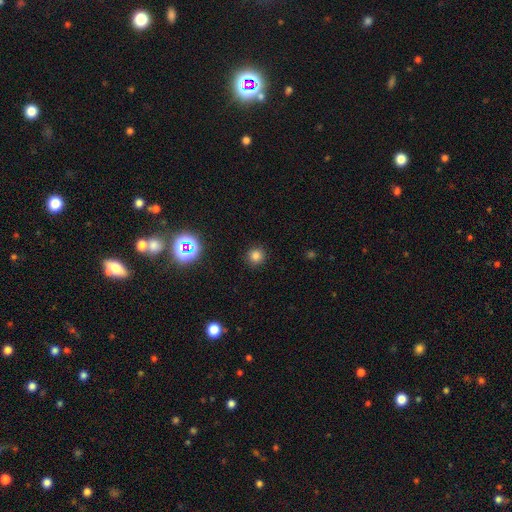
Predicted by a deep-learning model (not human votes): Smooth or featured?
  - smooth: 79% *
  - star or artifact: 16%
  - featured or disk: 5%
How rounded?
  - round: 94% *
  - in between: 5%
  - cigar-shaped: 1%
Merging?
  - none: 91% *
  - minor disturbance: 6%
  - major disturbance: 2%
  - merger: 1%